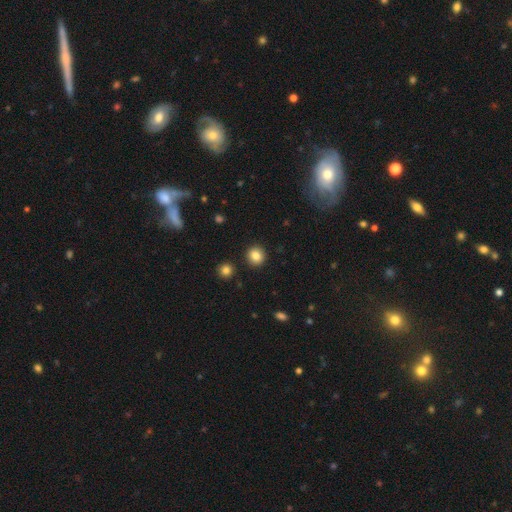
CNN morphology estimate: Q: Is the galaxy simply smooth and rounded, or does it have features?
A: smooth — 84%.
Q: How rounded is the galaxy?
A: round — 88%.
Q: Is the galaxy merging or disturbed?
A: none — 91%.